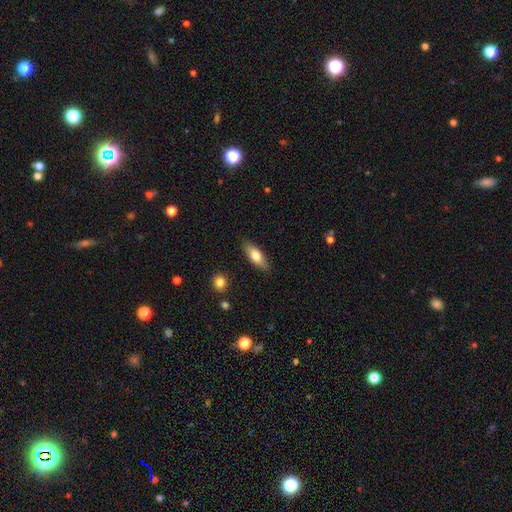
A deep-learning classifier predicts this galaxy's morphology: Overall: smooth (74%). How rounded: in between (70%). Merging: none (86%).